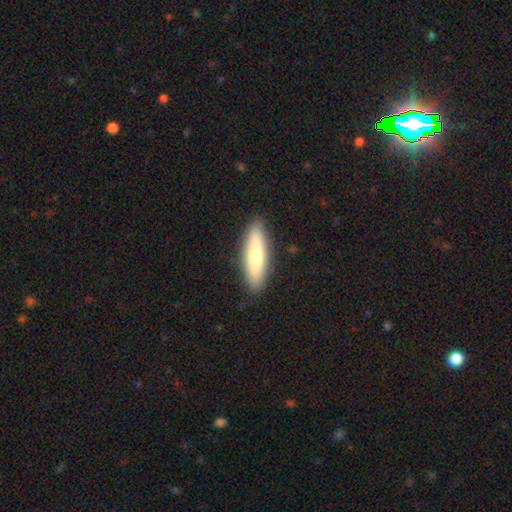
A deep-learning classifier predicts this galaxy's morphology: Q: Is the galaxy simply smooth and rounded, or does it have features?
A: smooth — 72%.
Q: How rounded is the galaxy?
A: cigar-shaped — 72%.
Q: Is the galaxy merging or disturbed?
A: none — 90%.